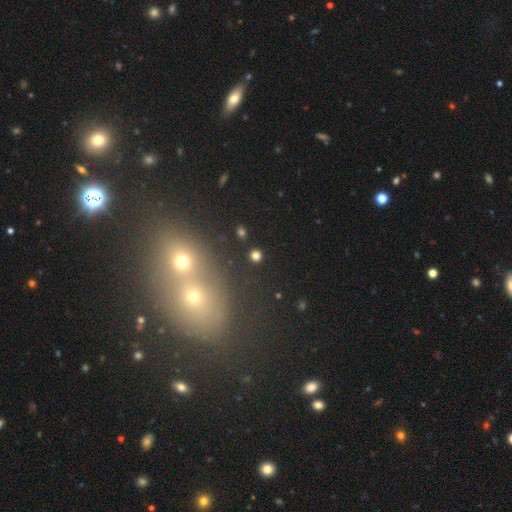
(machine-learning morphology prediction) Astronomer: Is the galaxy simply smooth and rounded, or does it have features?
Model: smooth — 75%.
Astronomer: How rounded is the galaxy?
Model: round — 88%.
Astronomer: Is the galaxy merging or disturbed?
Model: none — 89%.